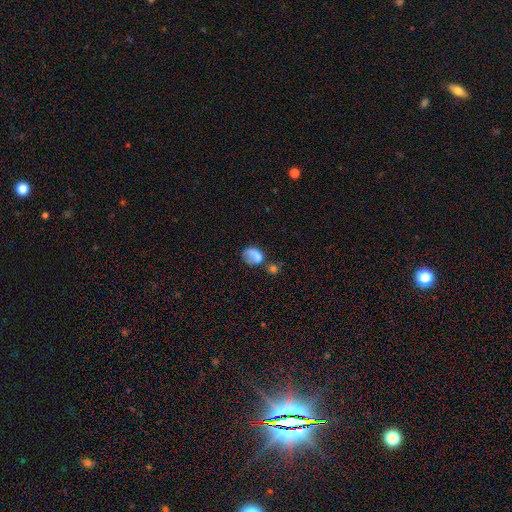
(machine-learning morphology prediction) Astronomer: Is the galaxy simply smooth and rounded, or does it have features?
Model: smooth — 69%.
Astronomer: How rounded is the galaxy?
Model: in between — 65%.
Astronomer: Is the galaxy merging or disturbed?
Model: none — 32% (runner-up: major disturbance, 26%).